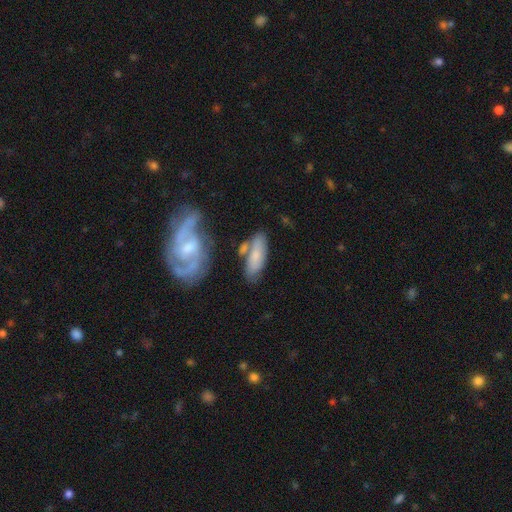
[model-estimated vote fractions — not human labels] Overall: smooth (60%; featured or disk 33%). How rounded: in between (67%; cigar-shaped 30%). Merging: none (56%; minor disturbance 19%).